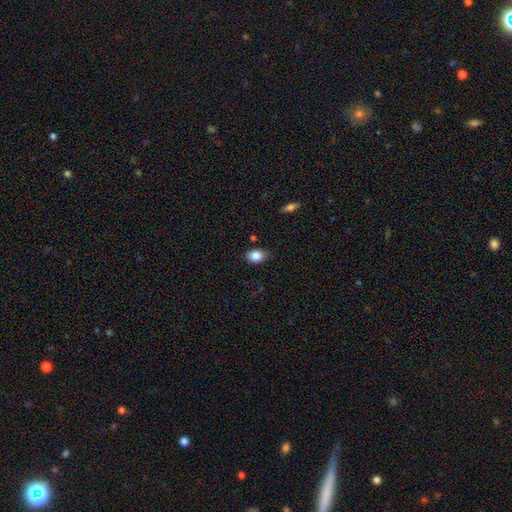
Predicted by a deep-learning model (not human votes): Q: Smooth or featured?
A: smooth (85%); runner-up: star or artifact (9%)
Q: How rounded?
A: in between (63%); runner-up: round (36%)
Q: Merging?
A: none (78%); runner-up: minor disturbance (17%)